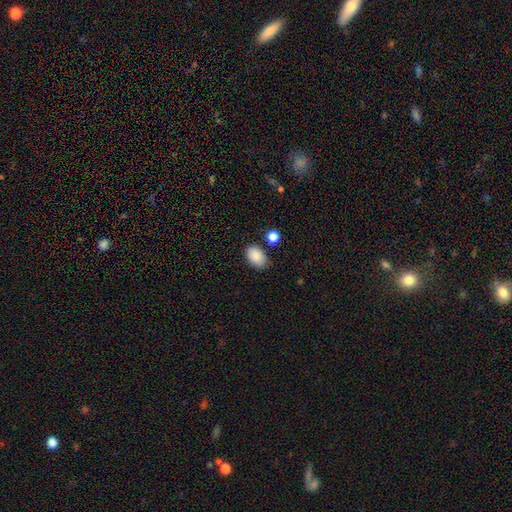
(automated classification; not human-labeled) Smooth or featured: smooth — 88% (star or artifact — 8%)
How rounded: in between — 87% (round — 12%)
Merging: none — 78% (minor disturbance — 14%)